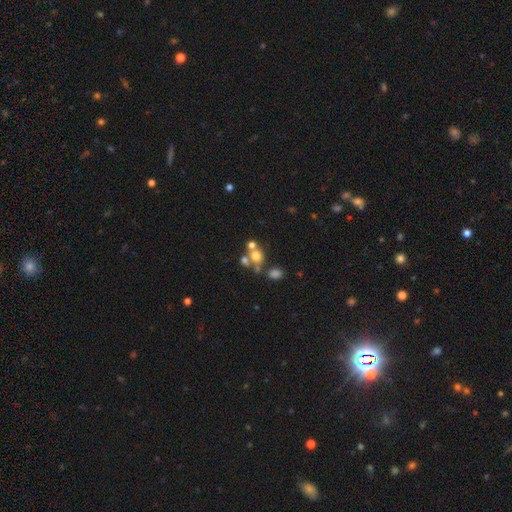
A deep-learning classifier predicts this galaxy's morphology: smooth_or_featured: smooth (p=0.64) [alt: featured or disk p=0.19]
how_rounded: round (p=0.73) [alt: in between p=0.26]
merging: none (p=0.42) [tied with: merger p=0.42]